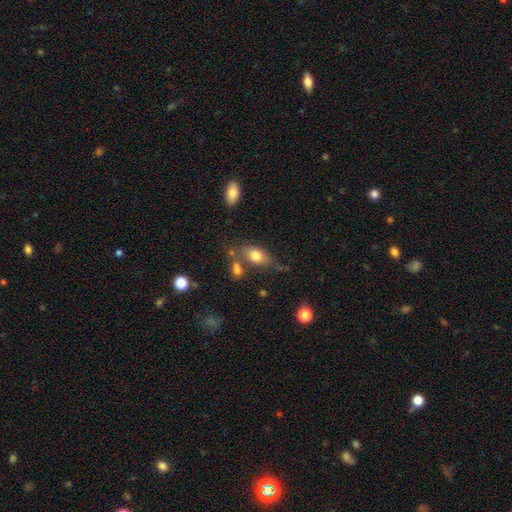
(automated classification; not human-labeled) A smooth galaxy with no disk features (77%) that is in between round and cigar-shaped (84%).

Vote fractions:
- Smooth or featured? smooth: 77% / featured or disk: 14% / star or artifact: 9%
- How rounded? in between: 84% / round: 12% / cigar-shaped: 4%
- Merging? none: 61% / minor disturbance: 19% / merger: 13% / major disturbance: 7%